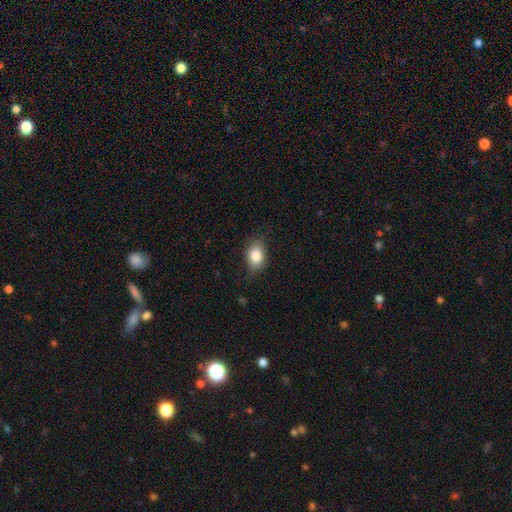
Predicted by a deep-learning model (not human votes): The model was most divided on "how rounded": in between: 76%, round: 22%, cigar-shaped: 1%. More confident: smooth or featured — smooth (83%); merging — none (77%).